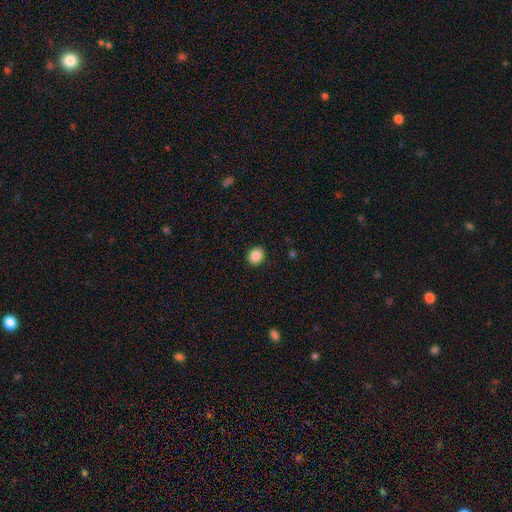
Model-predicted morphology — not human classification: Overall: smooth (88%). How rounded: round (65%; in between 34%). Merging: none (90%).